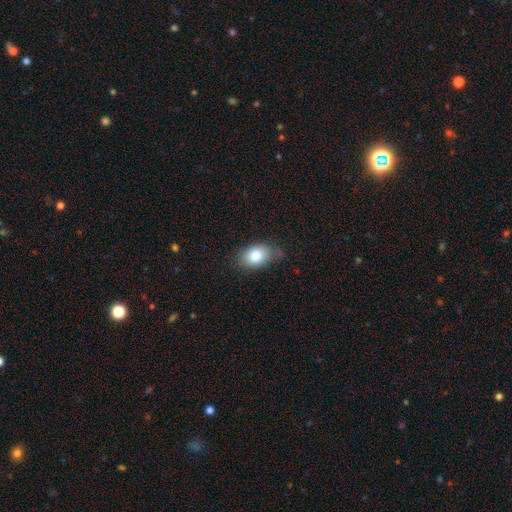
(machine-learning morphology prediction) Smooth or featured? smooth (78%)
How rounded? in between (81%)
Merging? none (65%)